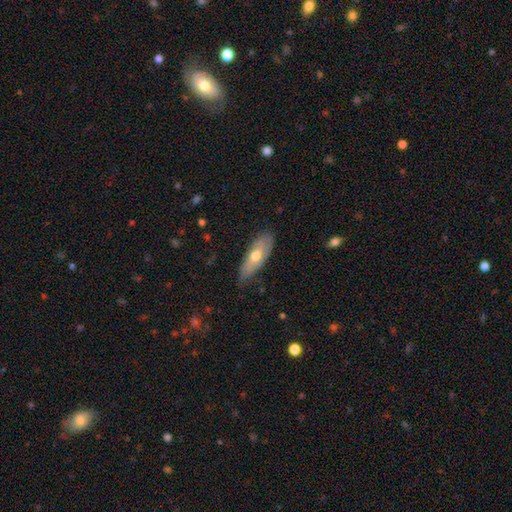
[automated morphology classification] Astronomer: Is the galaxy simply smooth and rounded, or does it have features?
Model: smooth — 53% (runner-up: featured or disk, 41%).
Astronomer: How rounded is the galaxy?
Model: in between — 65%.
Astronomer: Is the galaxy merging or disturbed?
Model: none — 73%.